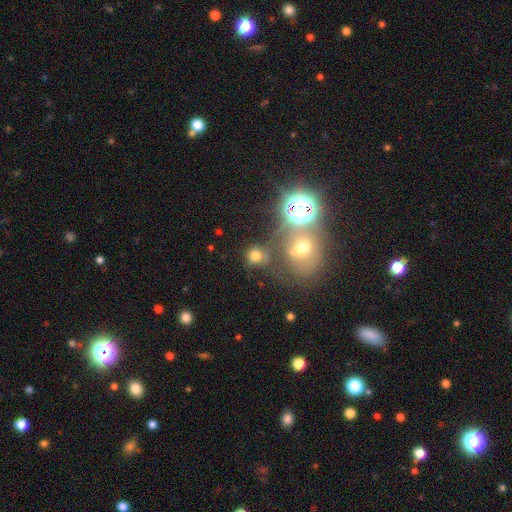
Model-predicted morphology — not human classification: A smooth galaxy with no disk features (64%) that is round (79%).

Vote fractions:
- Smooth or featured? smooth: 64% / star or artifact: 26% / featured or disk: 10%
- How rounded? round: 79% / in between: 20% / cigar-shaped: 1%
- Merging? none: 58% / merger: 21% / minor disturbance: 13% / major disturbance: 9%